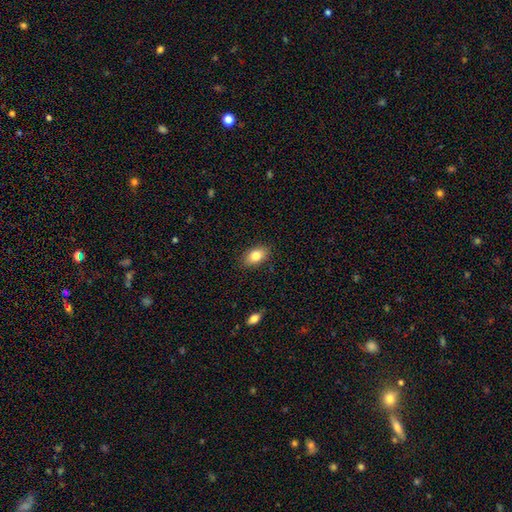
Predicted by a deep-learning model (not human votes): Smooth or featured? Predicted: smooth (p=0.83). How rounded? Predicted: in between (p=0.88). Merging? Predicted: none (p=0.87).